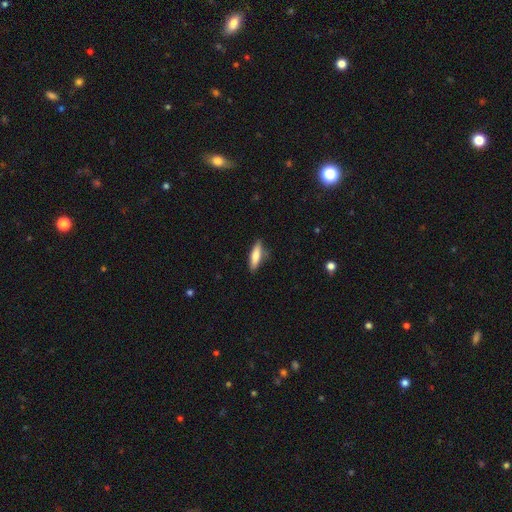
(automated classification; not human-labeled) smooth 74%, featured or disk 20%, star or artifact 6%. Down the decision tree: how rounded — cigar-shaped (61%); merging — none (80%).